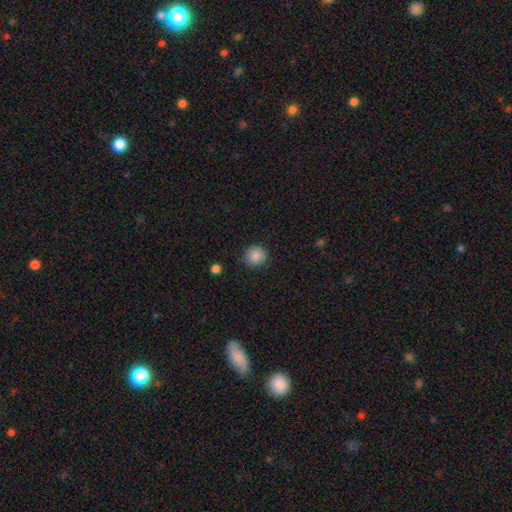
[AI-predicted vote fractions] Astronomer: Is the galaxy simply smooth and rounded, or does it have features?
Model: smooth — 87%.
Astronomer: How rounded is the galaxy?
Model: round — 87%.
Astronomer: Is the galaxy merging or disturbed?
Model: none — 86%.